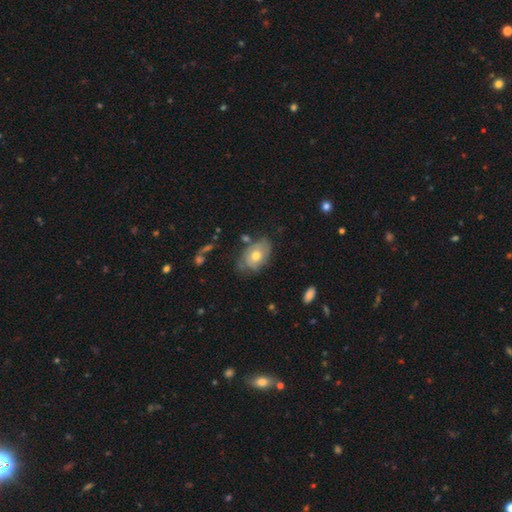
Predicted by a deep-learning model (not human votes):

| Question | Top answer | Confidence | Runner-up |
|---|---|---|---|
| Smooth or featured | smooth | 55% | featured or disk (38%) |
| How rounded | in between | 82% | round (16%) |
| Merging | none | 59% | minor disturbance (27%) |